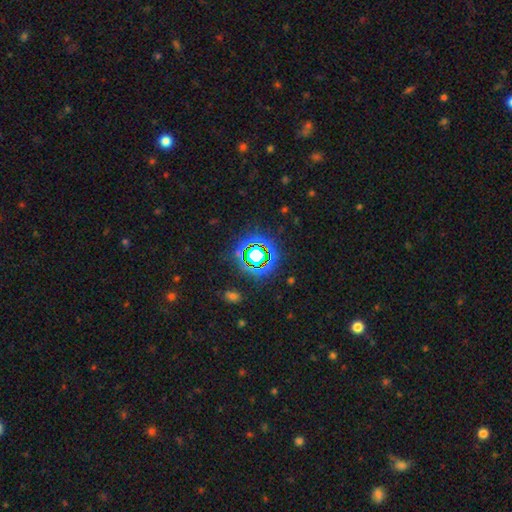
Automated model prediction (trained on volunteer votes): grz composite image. It shows a star or artifact, not a galaxy (71%).